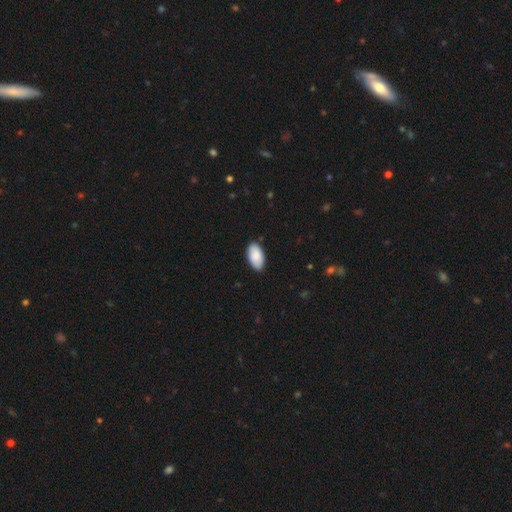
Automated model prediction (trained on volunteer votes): The model was most divided on "merging": none: 87%, minor disturbance: 10%, major disturbance: 2%, merger: 1%. More confident: how rounded — in between (96%); smooth or featured — smooth (87%).